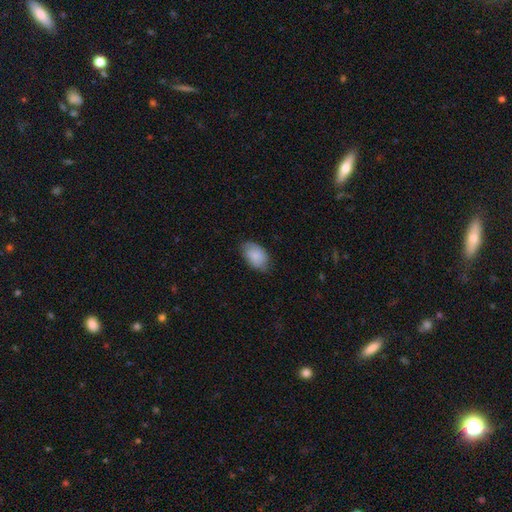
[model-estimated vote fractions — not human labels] A smooth galaxy with no disk features (82%) that is in between round and cigar-shaped (90%).

Vote fractions:
- Smooth or featured? smooth: 82% / featured or disk: 12% / star or artifact: 6%
- How rounded? in between: 90% / round: 8% / cigar-shaped: 1%
- Merging? none: 72% / minor disturbance: 23% / major disturbance: 4% / merger: 1%